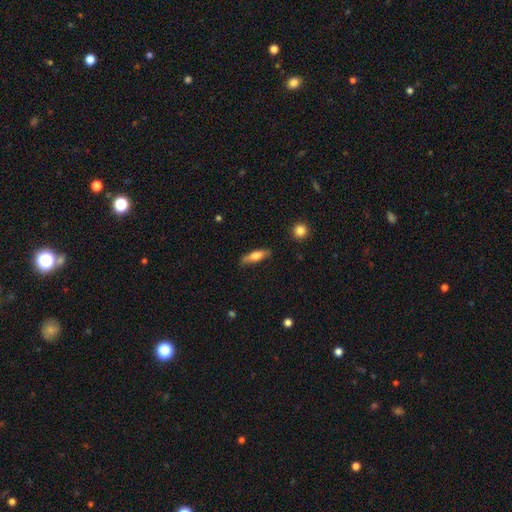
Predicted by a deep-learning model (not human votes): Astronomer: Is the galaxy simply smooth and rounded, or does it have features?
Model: smooth — 67%.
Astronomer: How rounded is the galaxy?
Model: cigar-shaped — 57% (runner-up: in between, 41%).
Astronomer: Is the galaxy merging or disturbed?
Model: none — 78%.